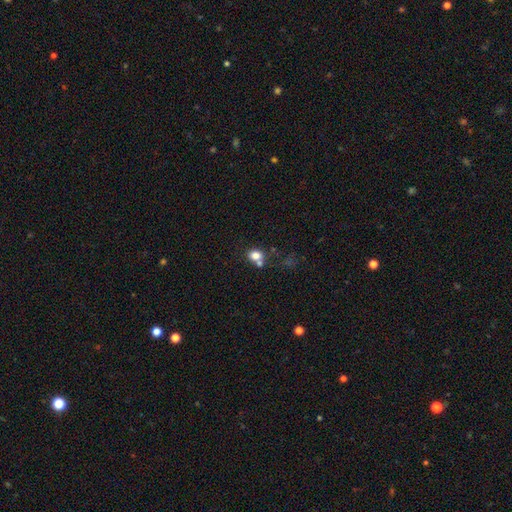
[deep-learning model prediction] The model was most divided on "how rounded": round: 56%, in between: 43%, cigar-shaped: 1%. Remaining: smooth or featured — smooth (79%); merging — none (50%).